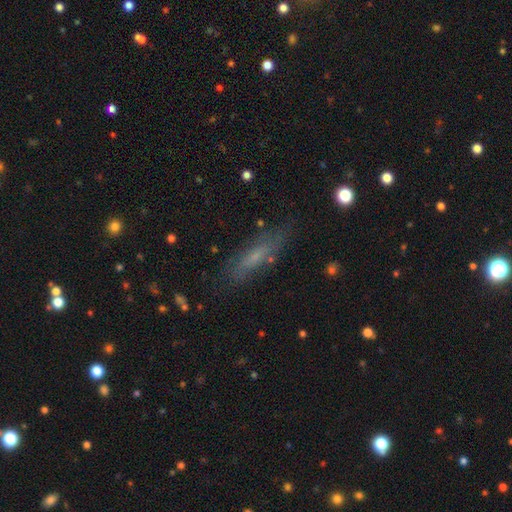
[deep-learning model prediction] This is possibly a smooth galaxy (52%). How rounded: likely cigar-shaped (68%). Merging: likely none (77%).